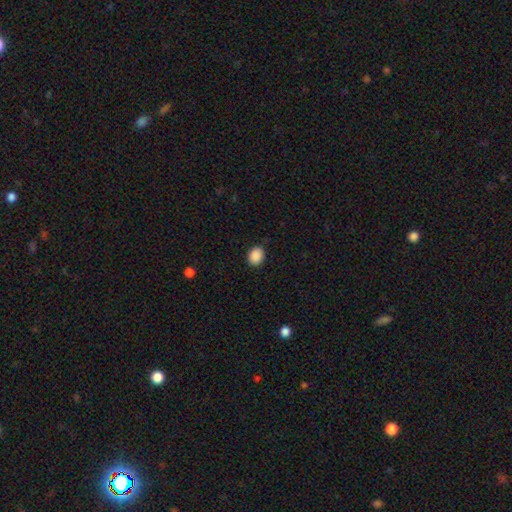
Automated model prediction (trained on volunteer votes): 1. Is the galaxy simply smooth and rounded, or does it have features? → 89% smooth, 8% star or artifact, 2% featured or disk.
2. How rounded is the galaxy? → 53% in between, 47% round, 1% cigar-shaped.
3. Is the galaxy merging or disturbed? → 87% none, 9% minor disturbance, 2% major disturbance, 1% merger.